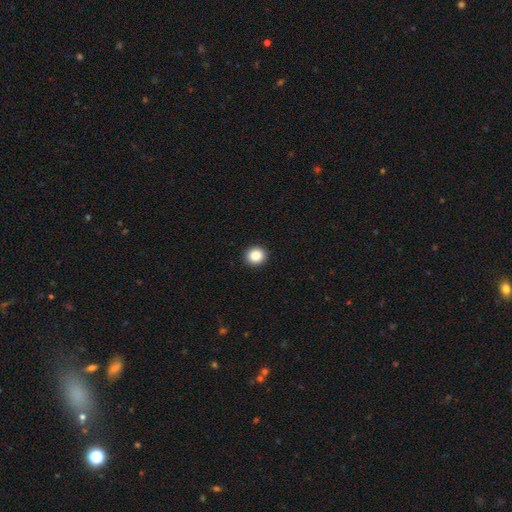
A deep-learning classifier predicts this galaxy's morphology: Smooth or featured? smooth (87%)
How rounded? round (87%)
Merging? none (93%)